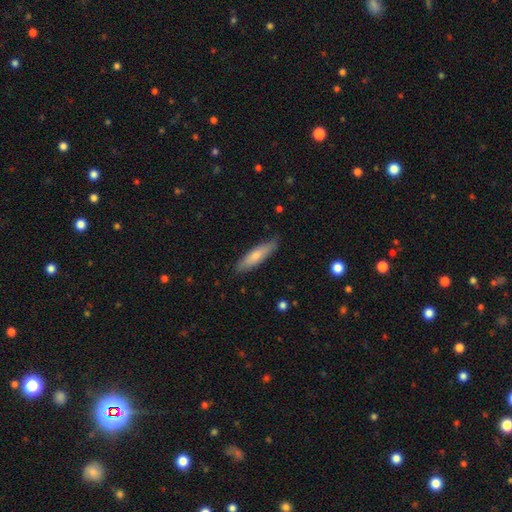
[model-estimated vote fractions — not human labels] A smooth galaxy with no disk features (70%) that is cigar-shaped (71%).

Vote fractions:
- Smooth or featured? smooth: 70% / featured or disk: 24% / star or artifact: 6%
- How rounded? cigar-shaped: 71% / in between: 28% / round: 2%
- Merging? none: 84% / minor disturbance: 13% / major disturbance: 2% / merger: 1%